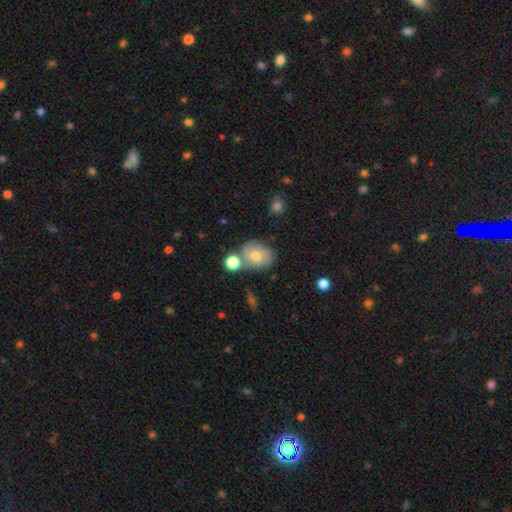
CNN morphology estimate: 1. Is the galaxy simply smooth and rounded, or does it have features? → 58% smooth, 32% featured or disk, 10% star or artifact.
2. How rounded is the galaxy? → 52% in between, 47% round, 1% cigar-shaped.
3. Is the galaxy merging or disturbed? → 54% none, 22% merger, 18% minor disturbance, 6% major disturbance.